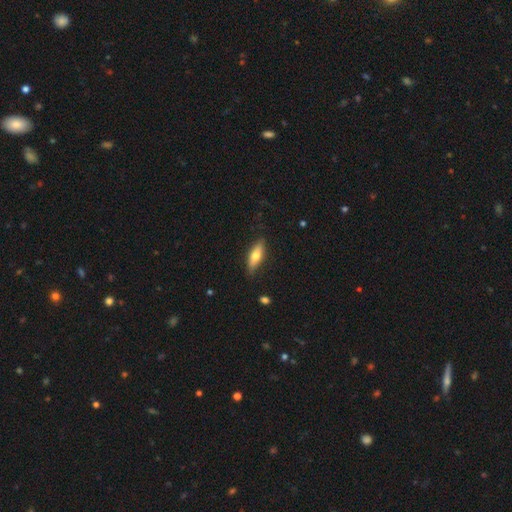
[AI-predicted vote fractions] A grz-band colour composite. It shows a smooth galaxy with no disk features (59%) that is in between round and cigar-shaped (51%). Merging: none (83%).